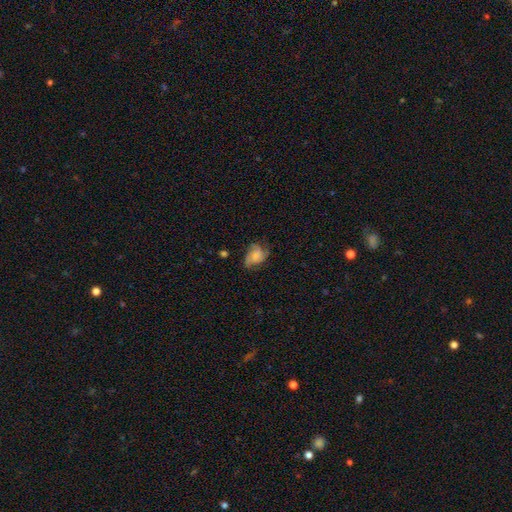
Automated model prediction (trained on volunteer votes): Smooth or featured?
  - featured or disk: 58% *
  - smooth: 33%
  - star or artifact: 9%
Edge-on disk?
  - no: 97% *
  - yes: 3%
Bar?
  - no: 72% *
  - weak: 24%
  - strong: 4%
Spiral arms?
  - yes: 90% *
  - no: 10%
Spiral winding?
  - medium: 47% *
  - loose: 27%
  - tight: 26%
Spiral arm count?
  - 3: 46% *
  - 2: 25%
  - can't tell: 14%
  - 4: 7%
  - 1: 5%
  - more than 4: 3%
Bulge size?
  - small: 42% *
  - moderate: 27%
  - none: 21%
  - large: 8%
  - dominant: 2%
Merging?
  - none: 60% *
  - minor disturbance: 24%
  - major disturbance: 14%
  - merger: 2%